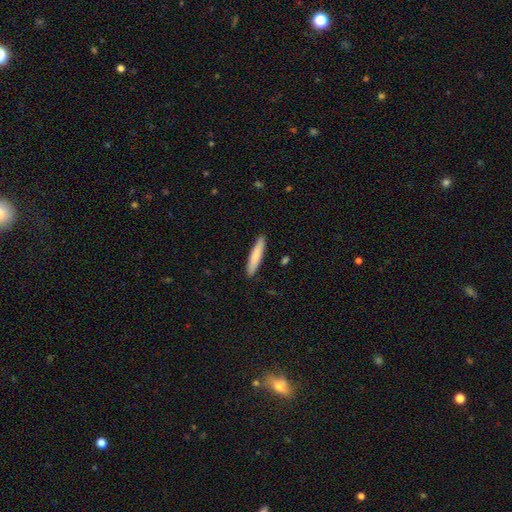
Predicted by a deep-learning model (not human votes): Smooth or featured? Predicted: smooth (p=0.79). How rounded? Predicted: cigar-shaped (p=0.86). Merging? Predicted: none (p=0.90).